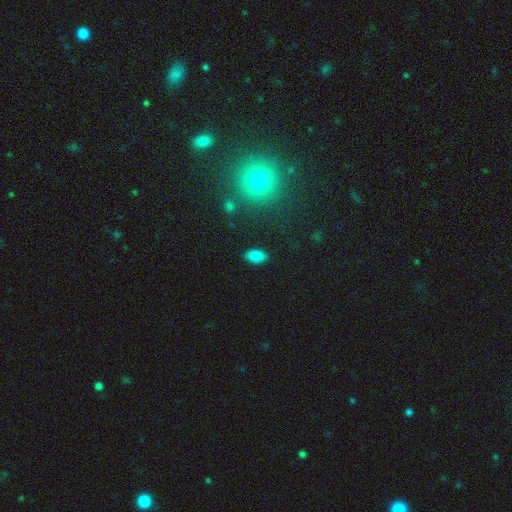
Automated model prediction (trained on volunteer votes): Q: Smooth or featured?
A: smooth (85%); runner-up: star or artifact (9%)
Q: How rounded?
A: in between (93%); runner-up: round (5%)
Q: Merging?
A: none (88%); runner-up: minor disturbance (9%)